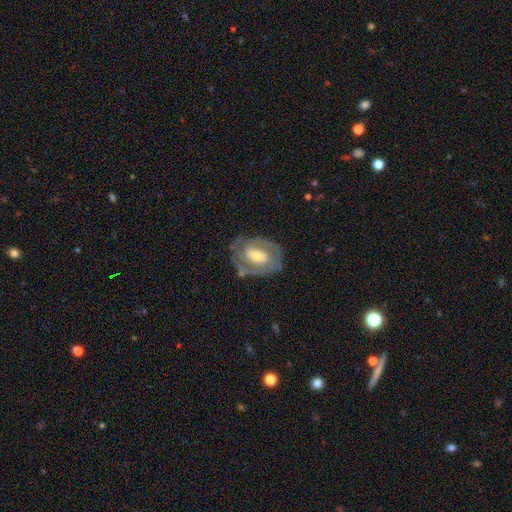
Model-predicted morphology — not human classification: type=featured or disk (75%); edge-on=no (96%); bar=no (40%); spiral arms=yes (74%); winding=tight (58%); arm count=2 (57%); bulge=moderate (56%); merging=none (67%).